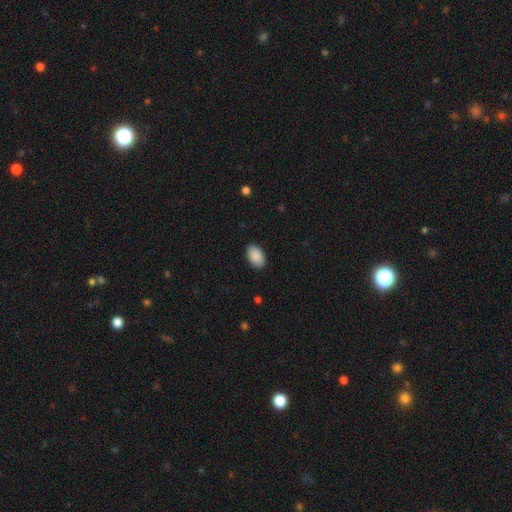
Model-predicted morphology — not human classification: The model was most divided on "merging": none: 88%, minor disturbance: 9%, major disturbance: 2%, merger: 1%. More confident: how rounded — in between (93%); smooth or featured — smooth (90%).